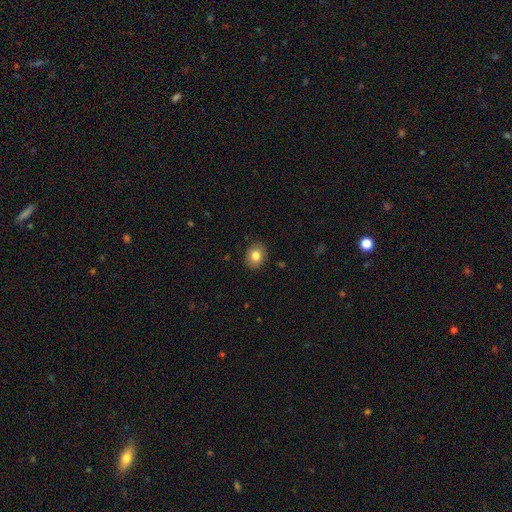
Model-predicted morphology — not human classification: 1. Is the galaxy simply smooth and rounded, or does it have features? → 81% smooth, 9% featured or disk, 9% star or artifact.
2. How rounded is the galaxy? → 53% round, 46% in between, 1% cigar-shaped.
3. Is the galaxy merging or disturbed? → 89% none, 8% minor disturbance, 2% major disturbance, 1% merger.